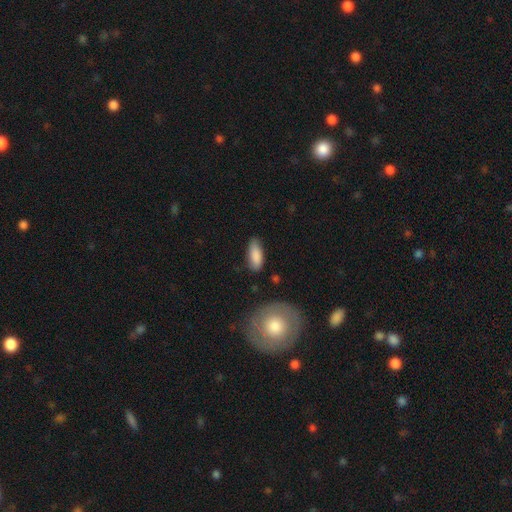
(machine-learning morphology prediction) This appears to be a smooth galaxy with no disk features (86%) that is in between round and cigar-shaped (79%). Merging: none (76%).